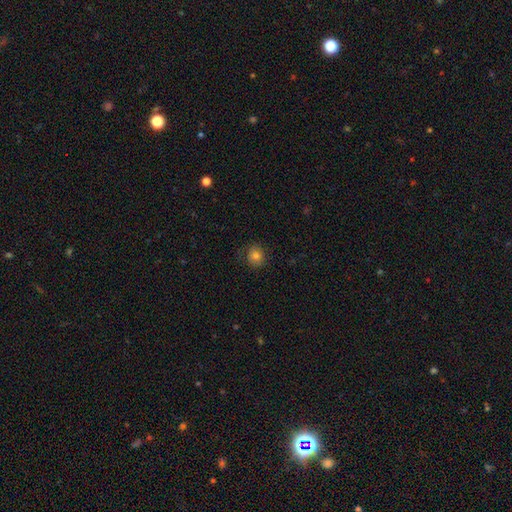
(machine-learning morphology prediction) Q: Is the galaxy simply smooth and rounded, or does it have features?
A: smooth — 78%.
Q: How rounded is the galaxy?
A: round — 86%.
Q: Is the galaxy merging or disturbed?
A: none — 80%.